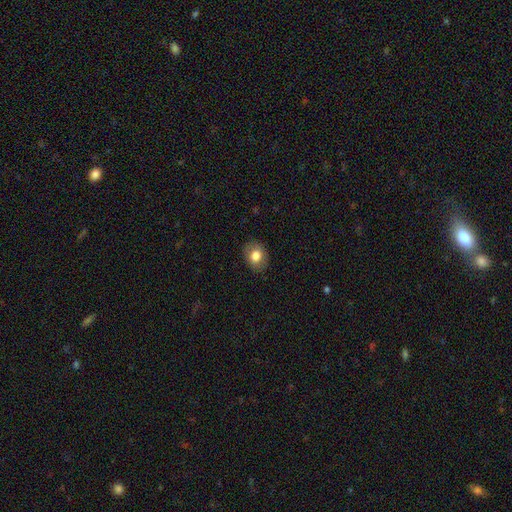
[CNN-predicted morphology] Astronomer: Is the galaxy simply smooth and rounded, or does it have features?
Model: smooth — 78%.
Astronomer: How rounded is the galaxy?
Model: in between — 59% (runner-up: round, 40%).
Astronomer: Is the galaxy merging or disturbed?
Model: none — 86%.